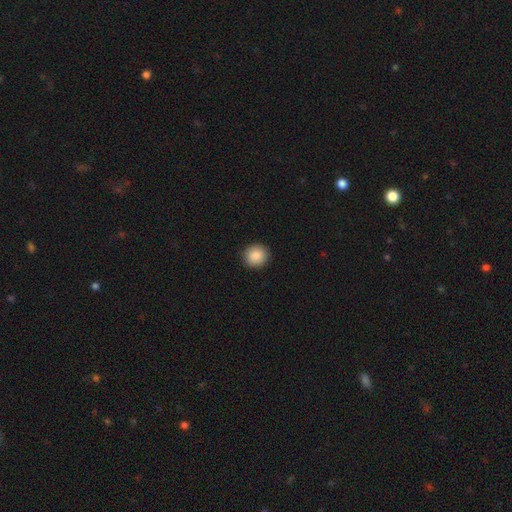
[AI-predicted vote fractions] Smooth or featured?
  - smooth: 88% *
  - star or artifact: 8%
  - featured or disk: 4%
How rounded?
  - round: 86% *
  - in between: 13%
  - cigar-shaped: 1%
Merging?
  - none: 92% *
  - minor disturbance: 5%
  - major disturbance: 2%
  - merger: 1%